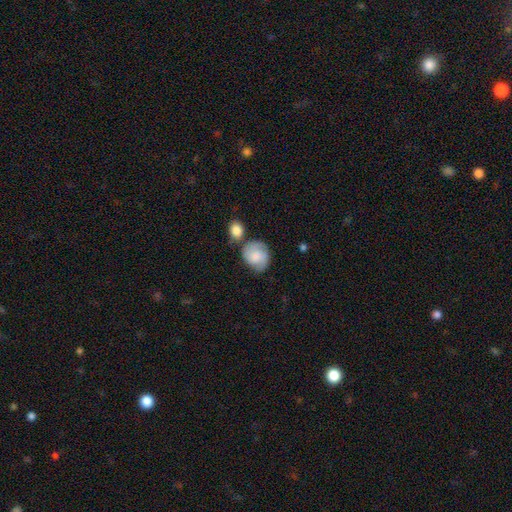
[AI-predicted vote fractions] Smooth or featured?
  - smooth: 61% *
  - featured or disk: 33%
  - star or artifact: 7%
How rounded?
  - round: 67% *
  - in between: 32%
  - cigar-shaped: 1%
Merging?
  - none: 53% *
  - minor disturbance: 22%
  - merger: 17%
  - major disturbance: 8%